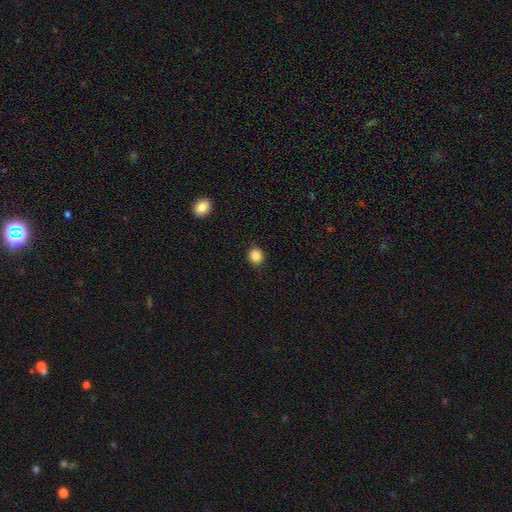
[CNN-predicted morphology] A smooth galaxy with no disk features (86%) that is round (76%). Merging: none (90%).